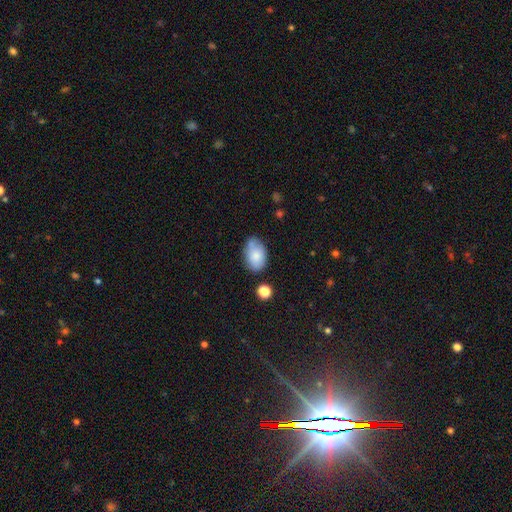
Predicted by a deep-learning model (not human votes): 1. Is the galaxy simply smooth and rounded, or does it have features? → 79% smooth, 13% featured or disk, 8% star or artifact.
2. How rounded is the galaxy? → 87% in between, 12% round, 1% cigar-shaped.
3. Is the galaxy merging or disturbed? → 61% none, 25% minor disturbance, 8% merger, 6% major disturbance.